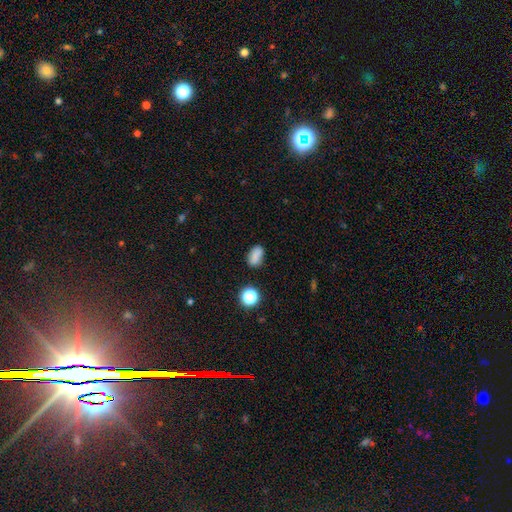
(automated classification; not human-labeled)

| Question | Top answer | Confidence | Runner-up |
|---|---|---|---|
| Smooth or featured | smooth | 80% | star or artifact (14%) |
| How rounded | in between | 82% | round (16%) |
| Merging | none | 69% | minor disturbance (19%) |